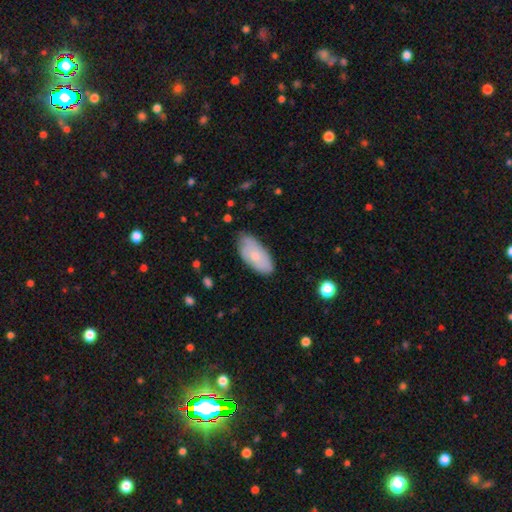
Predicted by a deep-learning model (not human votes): Morphology: type=smooth (68%); roundness=in between (92%); merging=none (75%).